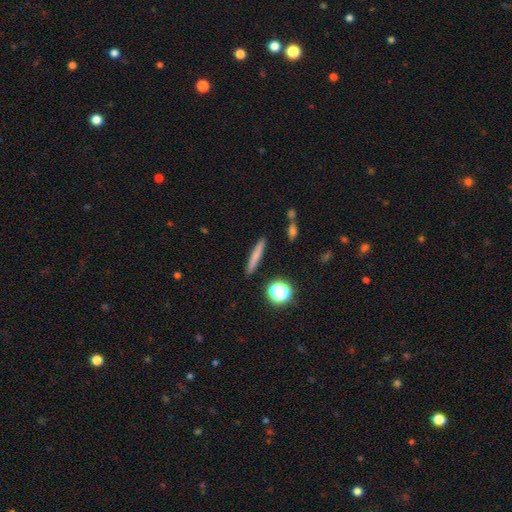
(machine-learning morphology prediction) A smooth galaxy with no disk features (70%) that is cigar-shaped (90%). Merging: none (89%).